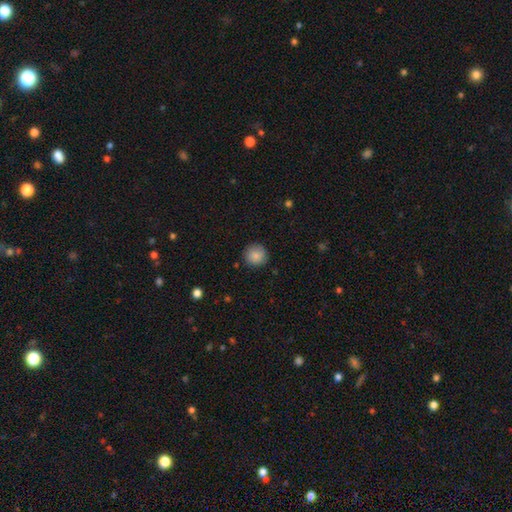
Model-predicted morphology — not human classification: This appears to be a smooth galaxy with no disk features (85%) that is round (94%). Merging: none (88%).